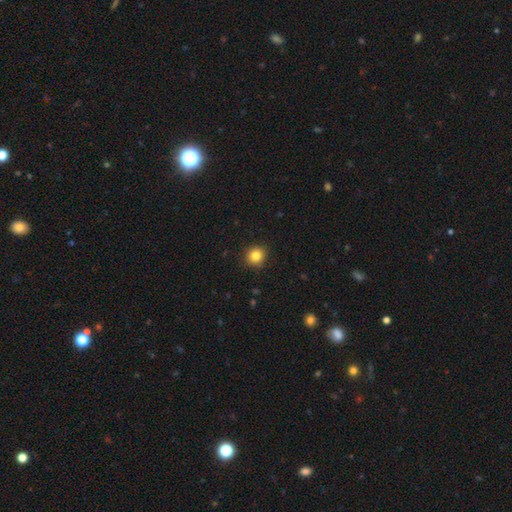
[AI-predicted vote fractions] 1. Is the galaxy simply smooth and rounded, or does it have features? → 83% smooth, 11% star or artifact, 6% featured or disk.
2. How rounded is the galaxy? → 92% round, 7% in between, 1% cigar-shaped.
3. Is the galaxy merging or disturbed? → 91% none, 6% minor disturbance, 2% major disturbance, 1% merger.